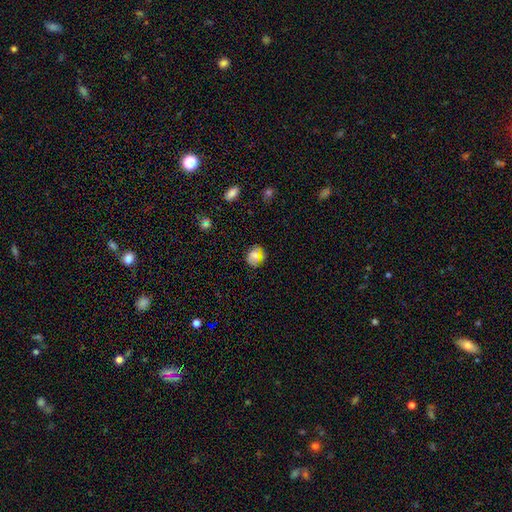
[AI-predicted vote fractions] smooth-or-featured: smooth: 68% | star or artifact: 17% | featured or disk: 15%
  how-rounded: round: 67% | in between: 32% | cigar-shaped: 1%
  merging: none: 76% | minor disturbance: 17% | major disturbance: 5% | merger: 2%